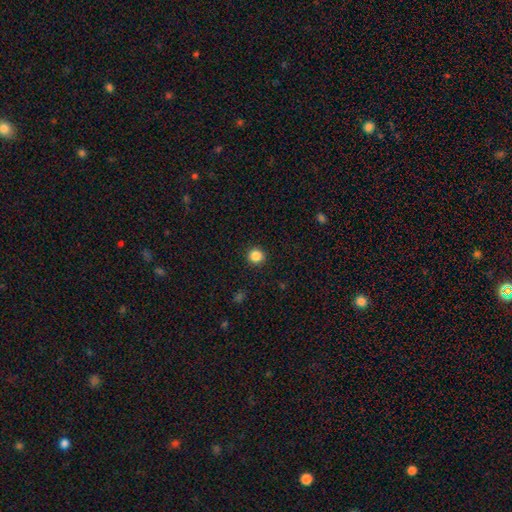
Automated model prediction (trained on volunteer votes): This appears to be a smooth galaxy with no disk features (86%) that is round (94%). Merging: none (92%).